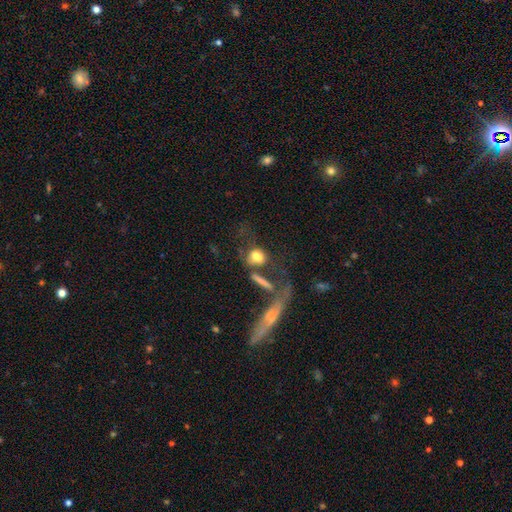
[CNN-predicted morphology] The model was most divided on "merging": merger: 34%, none: 30%, major disturbance: 22%, minor disturbance: 14%. Remaining: smooth or featured — smooth (67%); how rounded — in between (49%).